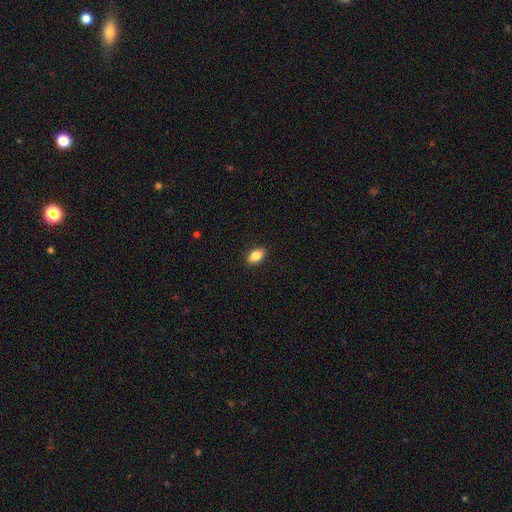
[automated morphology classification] A smooth galaxy with no disk features (85%) that is in between round and cigar-shaped (89%). Merging: none (89%).